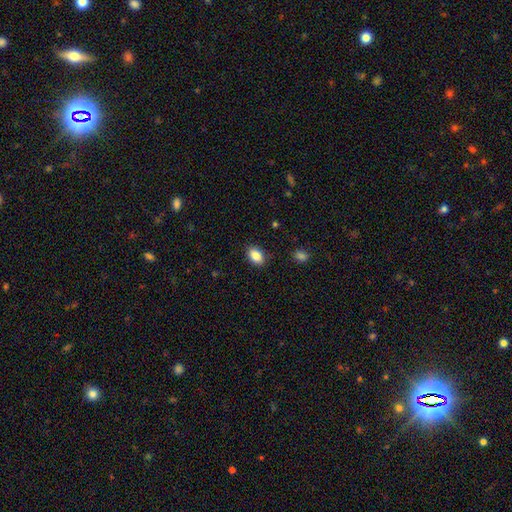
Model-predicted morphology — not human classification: Overall: smooth (86%). How rounded: in between (84%). Merging: none (87%).